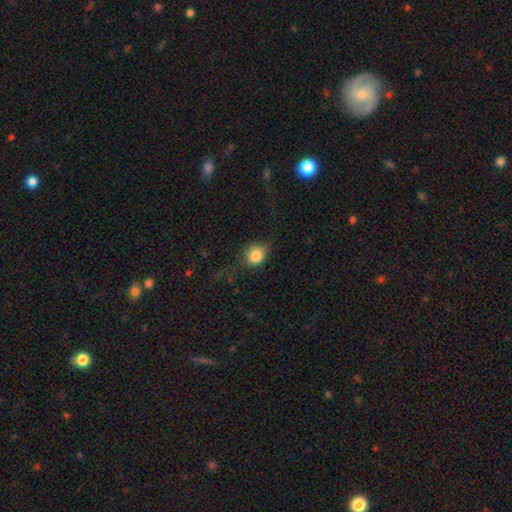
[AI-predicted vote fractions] smooth 81%, star or artifact 10%, featured or disk 9%. Down the decision tree: how rounded — round (68%); merging — none (61%).